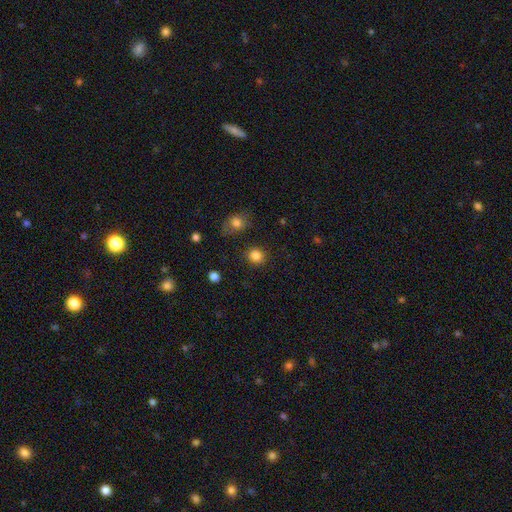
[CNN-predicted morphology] This is clearly a smooth galaxy (85%). How rounded: clearly round (83%). Merging: clearly none (87%).